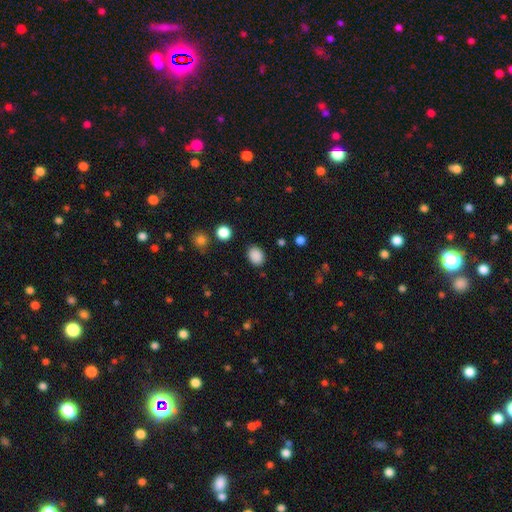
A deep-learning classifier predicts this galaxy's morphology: type=smooth (87%); roundness=in between (60%); merging=none (85%).